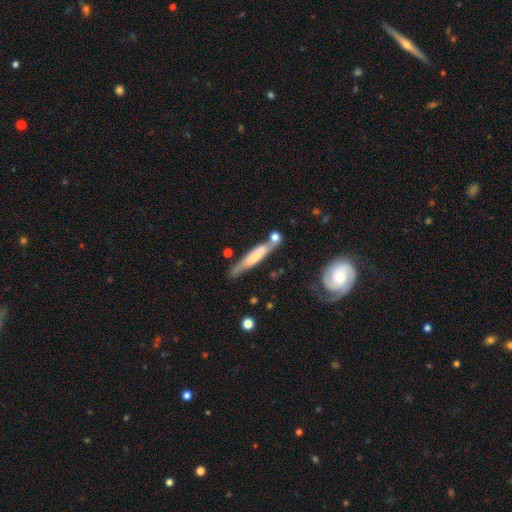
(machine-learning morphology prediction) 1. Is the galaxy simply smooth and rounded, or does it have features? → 47% featured or disk, 46% smooth, 6% star or artifact.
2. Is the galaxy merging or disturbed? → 61% none, 18% minor disturbance, 16% merger, 5% major disturbance.